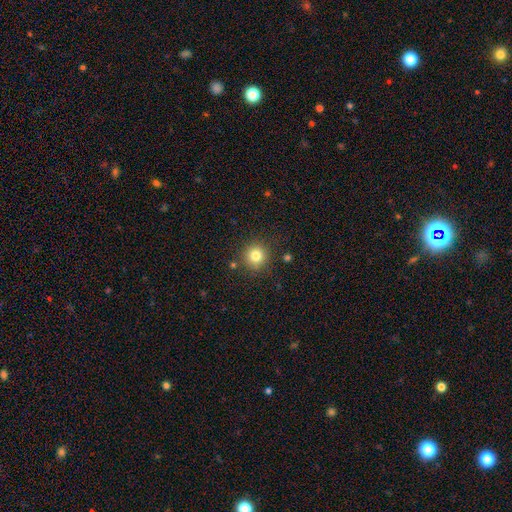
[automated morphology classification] Smooth or featured? Predicted: smooth (p=0.81). How rounded? Predicted: round (p=0.94). Merging? Predicted: none (p=0.87).